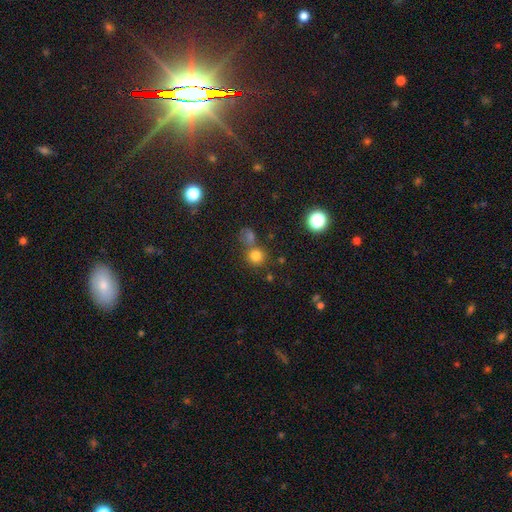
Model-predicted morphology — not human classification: Smooth or featured? smooth (76%)
How rounded? round (90%)
Merging? none (65%)